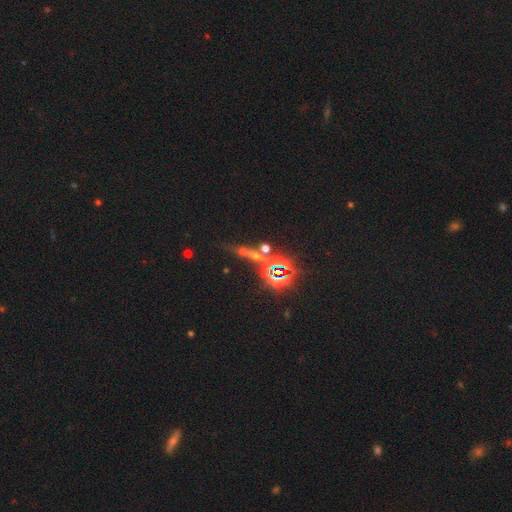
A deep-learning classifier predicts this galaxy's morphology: This appears to be a star or artifact, not a galaxy (58%).